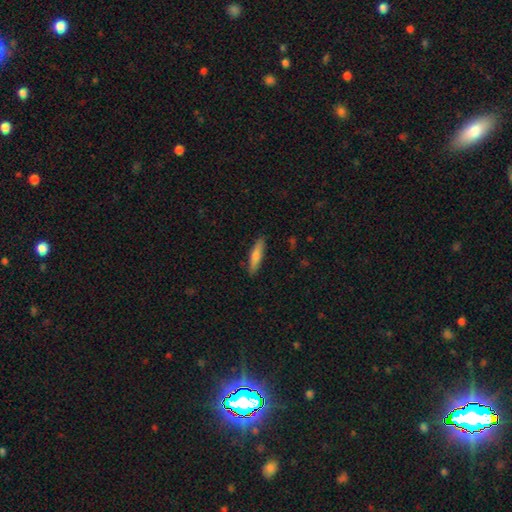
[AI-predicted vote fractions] The model was most divided on "smooth or featured": smooth: 63%, featured or disk: 31%, star or artifact: 7%. More confident: merging — none (88%); how rounded — cigar-shaped (84%).